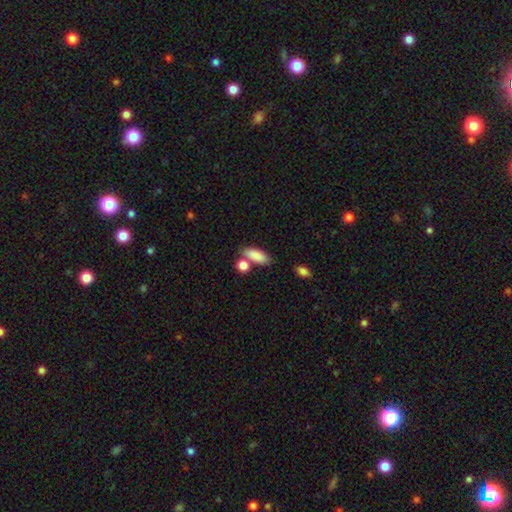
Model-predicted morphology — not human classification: This appears to be a smooth galaxy with no disk features (86%) that is in between round and cigar-shaped (78%). Merging: none (63%).